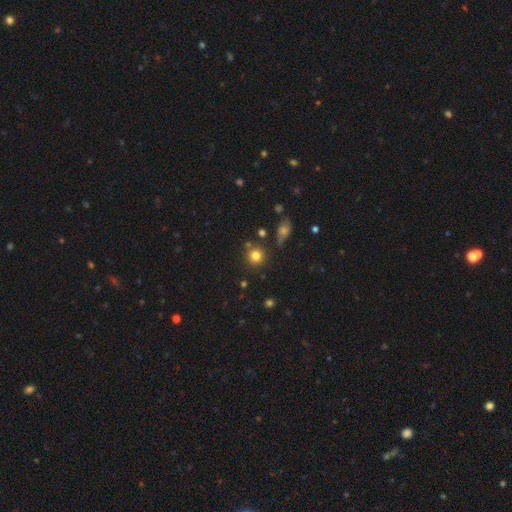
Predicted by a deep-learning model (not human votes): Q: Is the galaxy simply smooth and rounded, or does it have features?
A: smooth — 81%.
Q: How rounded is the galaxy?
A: round — 91%.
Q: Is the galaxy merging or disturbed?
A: none — 80%.